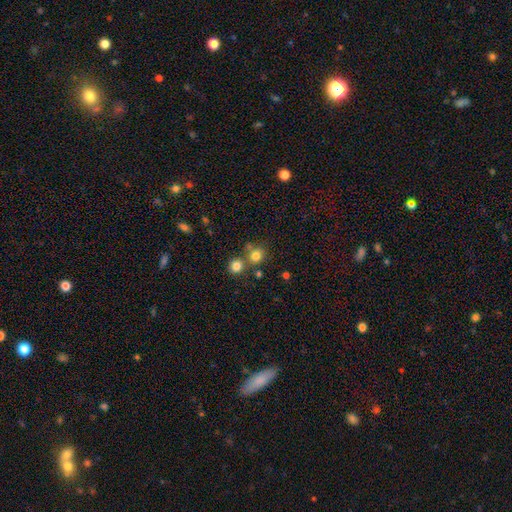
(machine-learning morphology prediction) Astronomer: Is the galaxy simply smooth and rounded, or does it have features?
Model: smooth — 78%.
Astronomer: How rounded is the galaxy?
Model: round — 85%.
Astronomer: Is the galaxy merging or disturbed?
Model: none — 62%.